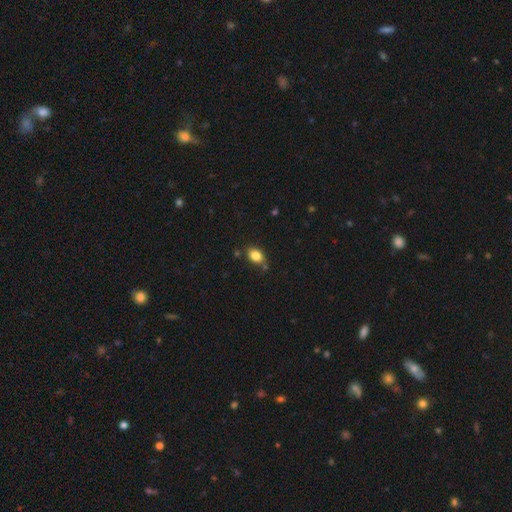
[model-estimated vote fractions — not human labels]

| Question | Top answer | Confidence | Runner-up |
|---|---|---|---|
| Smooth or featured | smooth | 83% | star or artifact (10%) |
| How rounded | in between | 74% | round (24%) |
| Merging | none | 74% | minor disturbance (16%) |